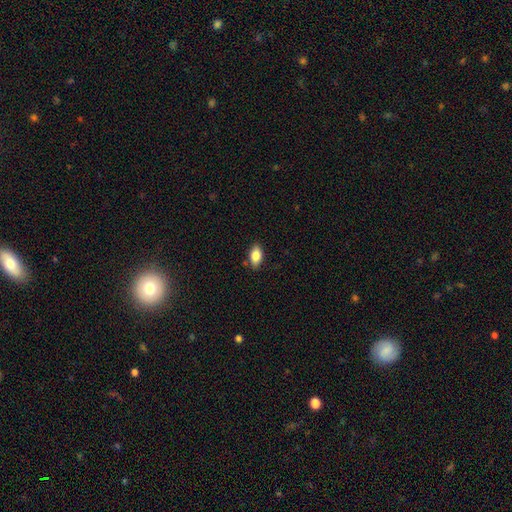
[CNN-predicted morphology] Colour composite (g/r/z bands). It shows a smooth galaxy with no disk features (84%) that is in between round and cigar-shaped (90%). Merging: none (83%).